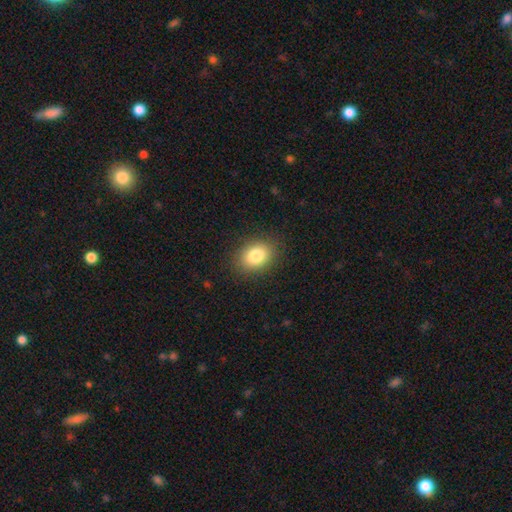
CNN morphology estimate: The model was most divided on "how rounded": in between: 66%, round: 33%, cigar-shaped: 1%. More confident: merging — none (87%); smooth or featured — smooth (83%).